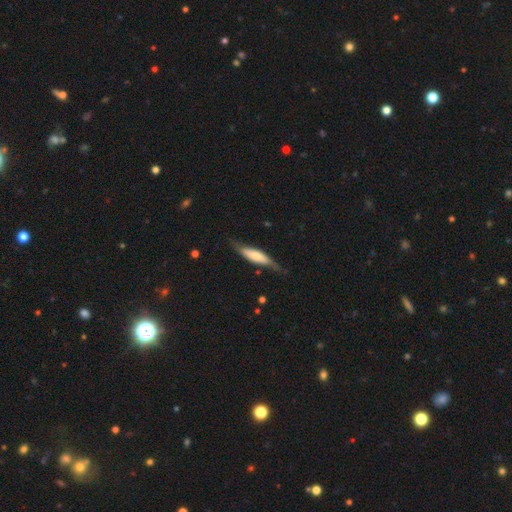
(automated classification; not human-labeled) Smooth or featured: smooth — 53% (featured or disk — 41%)
How rounded: cigar-shaped — 66% (in between — 32%)
Merging: none — 64% (minor disturbance — 27%)